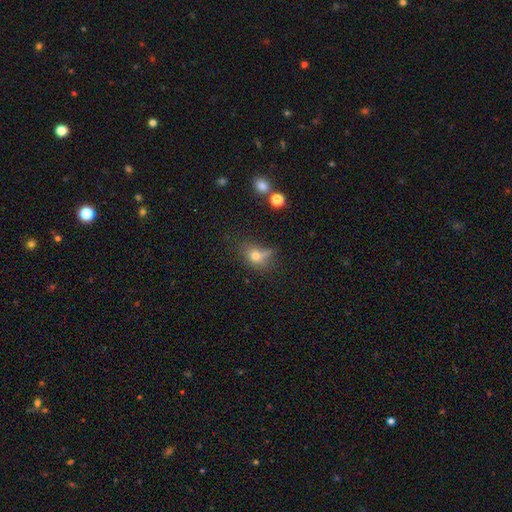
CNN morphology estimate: A smooth galaxy with no disk features (68%) that is in between round and cigar-shaped (51%). Merging: none (46%).